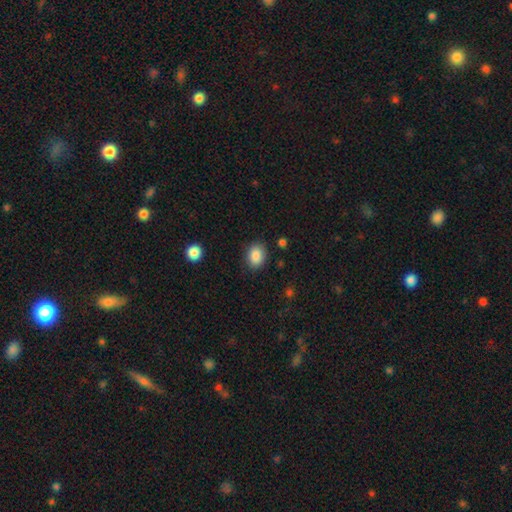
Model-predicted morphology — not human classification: Smooth or featured: smooth — 88% (star or artifact — 8%)
How rounded: in between — 63% (round — 36%)
Merging: none — 84% (minor disturbance — 11%)